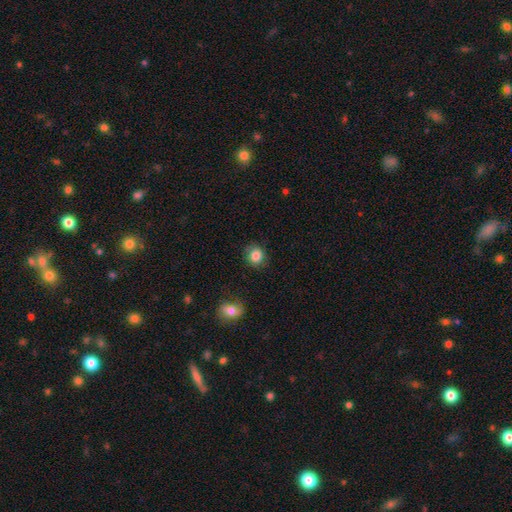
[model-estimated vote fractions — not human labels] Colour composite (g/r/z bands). It shows a smooth galaxy with no disk features (84%) that is round (75%). Merging: none (82%).